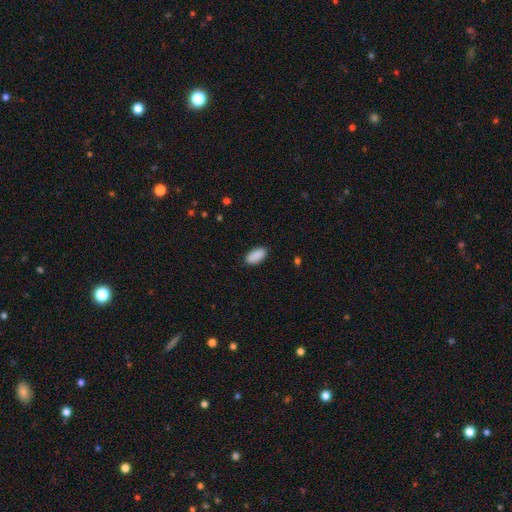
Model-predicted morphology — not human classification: Q: Smooth or featured?
A: smooth (91%); runner-up: star or artifact (7%)
Q: How rounded?
A: in between (94%); runner-up: cigar-shaped (4%)
Q: Merging?
A: none (88%); runner-up: minor disturbance (9%)